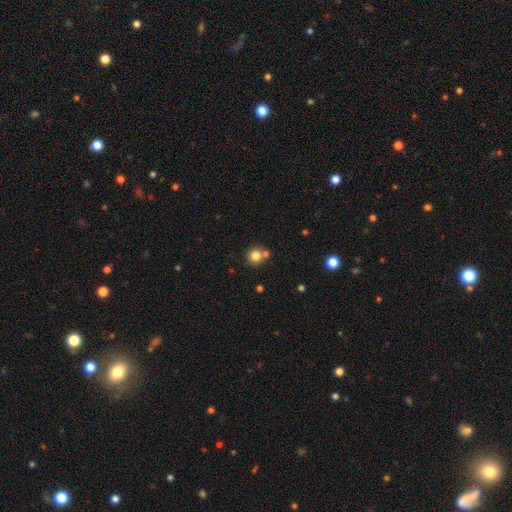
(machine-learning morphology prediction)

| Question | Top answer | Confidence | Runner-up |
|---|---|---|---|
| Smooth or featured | smooth | 81% | star or artifact (12%) |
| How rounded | round | 92% | in between (7%) |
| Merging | none | 68% | merger (21%) |